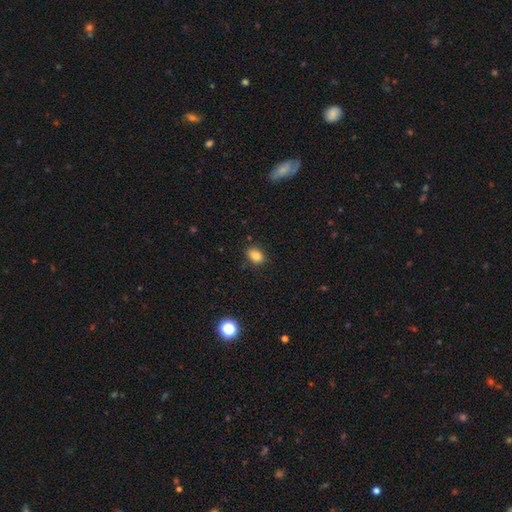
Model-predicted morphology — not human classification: smooth_or_featured: smooth (p=0.84) [alt: star or artifact p=0.11]
how_rounded: in between (p=0.76) [alt: round p=0.22]
merging: none (p=0.86) [alt: minor disturbance p=0.11]